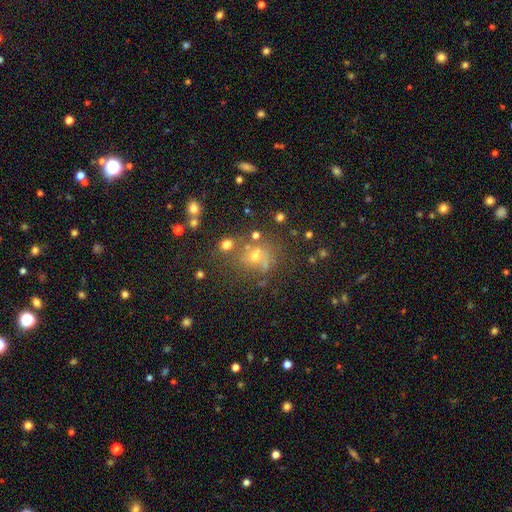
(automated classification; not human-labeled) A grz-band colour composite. It shows a smooth galaxy with no disk features (45%). Merging: none (58%).